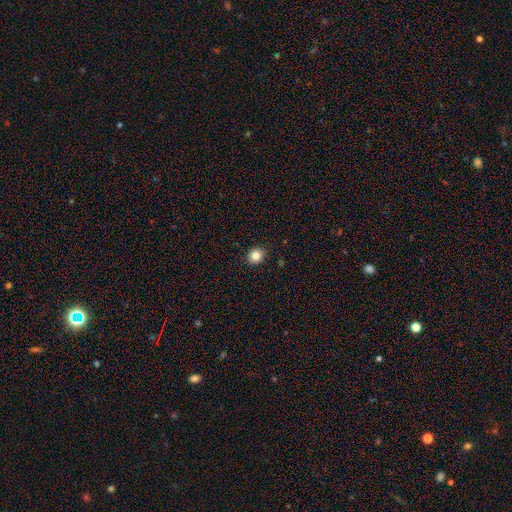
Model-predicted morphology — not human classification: smooth-or-featured: smooth: 84% | star or artifact: 11% | featured or disk: 5%
  how-rounded: round: 78% | in between: 21% | cigar-shaped: 1%
  merging: none: 91% | minor disturbance: 6% | major disturbance: 2% | merger: 1%